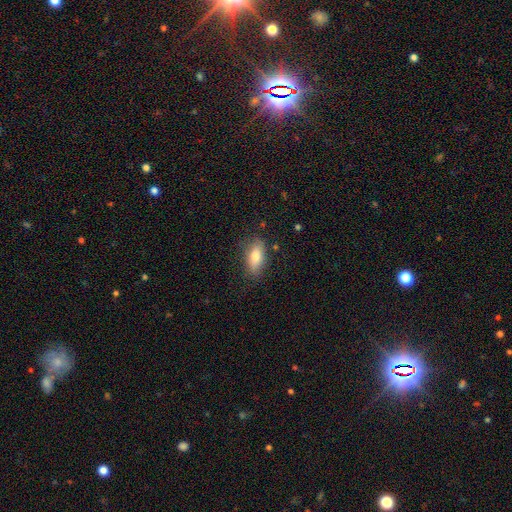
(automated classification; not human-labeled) The model was most divided on "merging": none: 80%, minor disturbance: 15%, major disturbance: 4%, merger: 2%. More confident: how rounded — in between (85%); smooth or featured — smooth (79%).